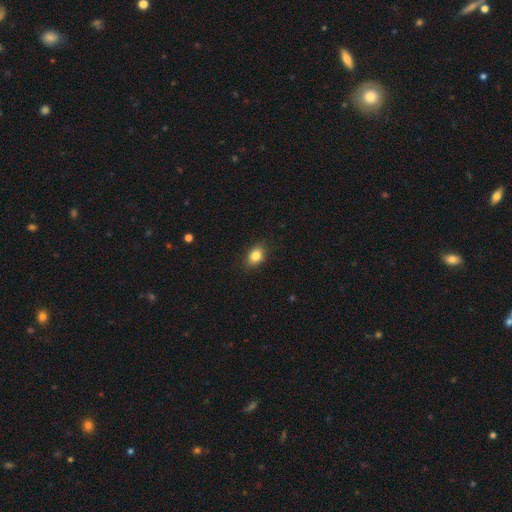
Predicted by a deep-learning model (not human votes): smooth_or_featured: smooth (p=0.83) [alt: star or artifact p=0.10]
how_rounded: in between (p=0.73) [alt: round p=0.26]
merging: none (p=0.86) [alt: minor disturbance p=0.11]